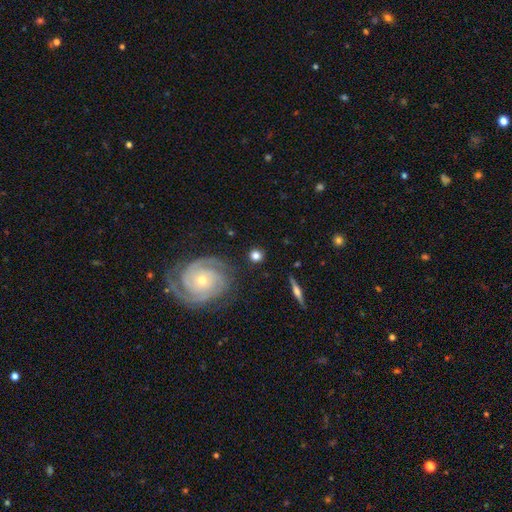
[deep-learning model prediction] smooth-or-featured: smooth: 65% | featured or disk: 26% | star or artifact: 9%
  how-rounded: round: 86% | in between: 12% | cigar-shaped: 2%
  merging: none: 83% | minor disturbance: 10% | major disturbance: 4% | merger: 3%